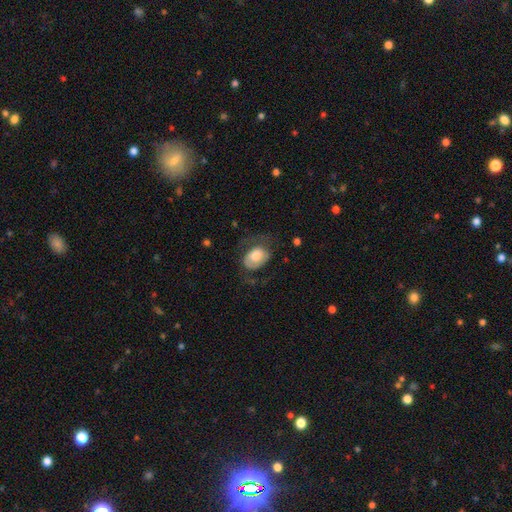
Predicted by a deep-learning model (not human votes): Smooth or featured?
  - smooth: 58% *
  - featured or disk: 35%
  - star or artifact: 7%
How rounded?
  - in between: 77% *
  - round: 22%
  - cigar-shaped: 1%
Merging?
  - none: 37% *
  - major disturbance: 35%
  - minor disturbance: 27%
  - merger: 2%